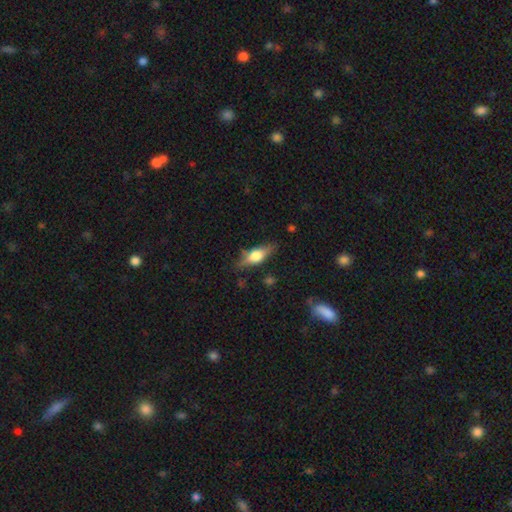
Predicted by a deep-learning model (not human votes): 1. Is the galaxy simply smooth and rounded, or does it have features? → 47% smooth, 46% featured or disk, 7% star or artifact.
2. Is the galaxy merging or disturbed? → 78% none, 16% minor disturbance, 4% major disturbance, 2% merger.